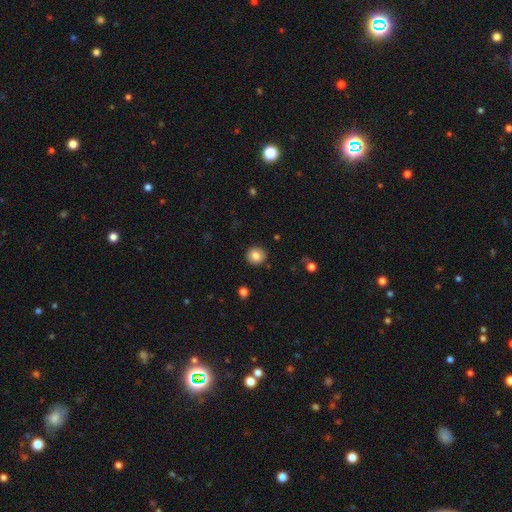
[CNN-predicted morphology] The model was most divided on "smooth or featured": smooth: 83%, star or artifact: 9%, featured or disk: 8%. More confident: how rounded — round (91%); merging — none (91%).